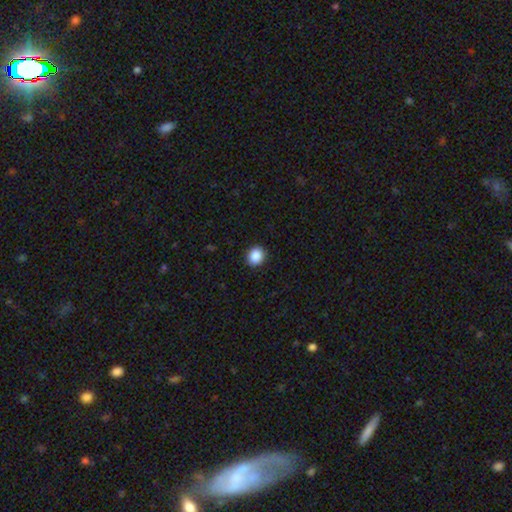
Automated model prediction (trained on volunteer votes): Smooth or featured? Predicted: smooth (p=0.87). How rounded? Predicted: round (p=0.78). Merging? Predicted: none (p=0.92).